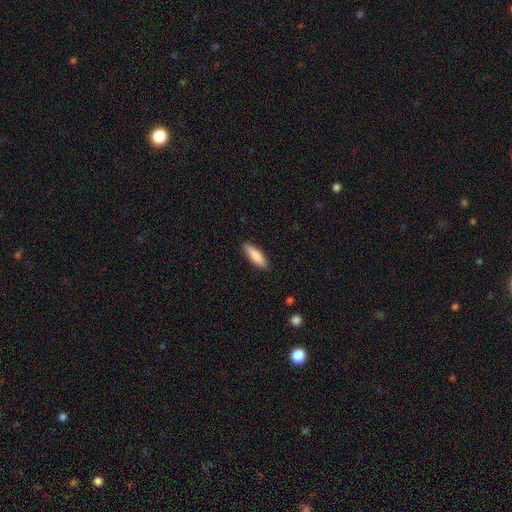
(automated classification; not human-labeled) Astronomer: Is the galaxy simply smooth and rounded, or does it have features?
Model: smooth — 85%.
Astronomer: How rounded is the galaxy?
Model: cigar-shaped — 55% (runner-up: in between, 43%).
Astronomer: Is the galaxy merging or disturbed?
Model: none — 87%.